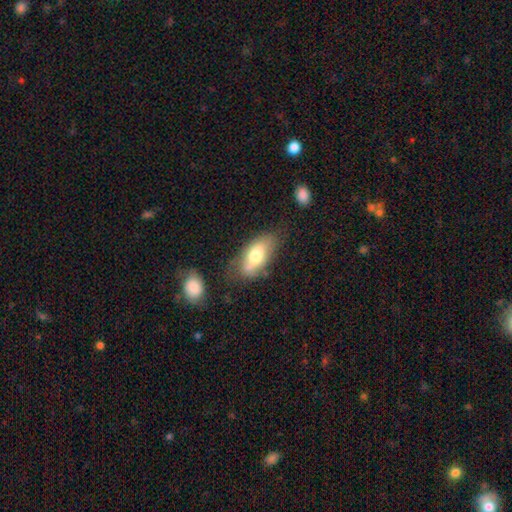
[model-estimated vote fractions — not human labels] smooth_or_featured: smooth (p=0.67) [alt: featured or disk p=0.26]
how_rounded: in between (p=0.88) [alt: cigar-shaped p=0.08]
merging: none (p=0.58) [alt: minor disturbance p=0.25]